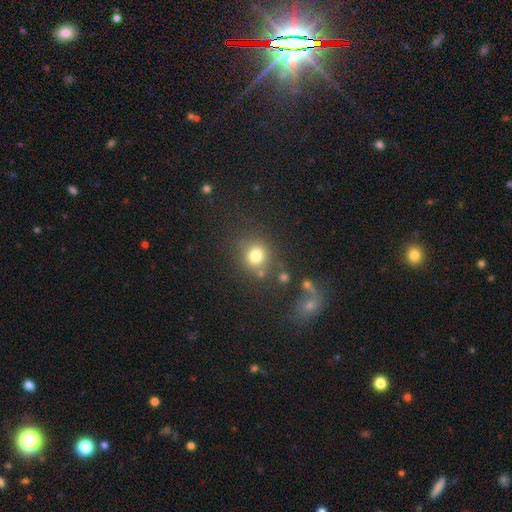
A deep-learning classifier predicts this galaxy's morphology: The model was most divided on "merging": none: 74%, minor disturbance: 12%, merger: 9%, major disturbance: 6%. More confident: how rounded — round (86%); smooth or featured — smooth (77%).